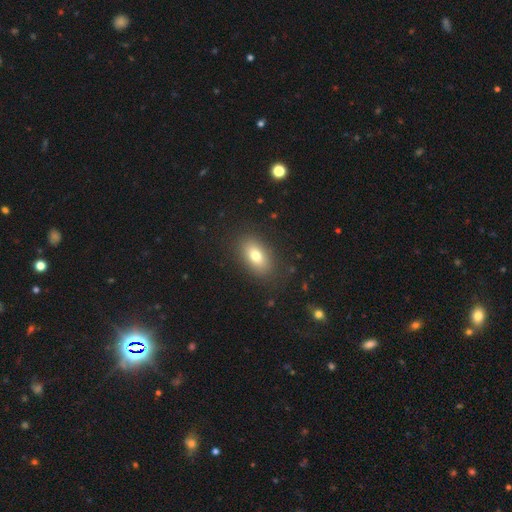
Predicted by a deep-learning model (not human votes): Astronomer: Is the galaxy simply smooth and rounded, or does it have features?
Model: smooth — 76%.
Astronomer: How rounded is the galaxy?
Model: in between — 87%.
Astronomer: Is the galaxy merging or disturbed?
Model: none — 86%.